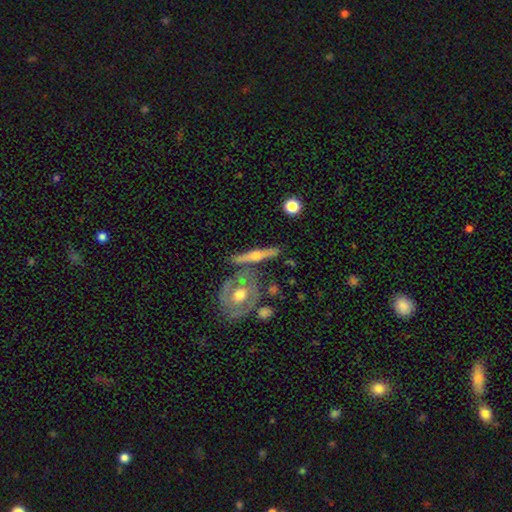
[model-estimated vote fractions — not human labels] A featured or disk galaxy (71%) viewed edge-on (90%) with a rounded central bulge (91%). Merging: none (69%).